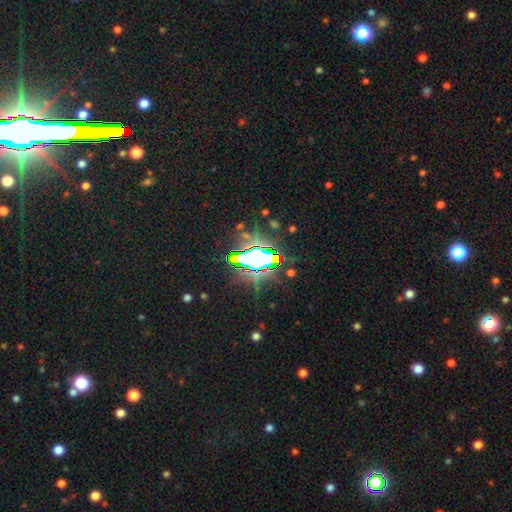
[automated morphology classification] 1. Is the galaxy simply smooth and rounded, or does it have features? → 66% star or artifact, 19% smooth, 15% featured or disk.